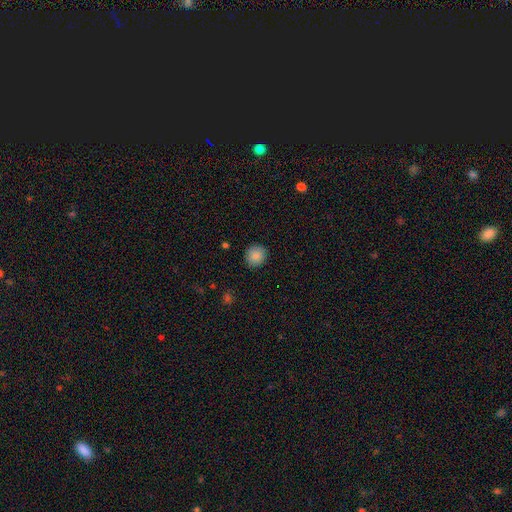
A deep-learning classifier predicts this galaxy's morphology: A smooth galaxy with no disk features (86%) that is round (89%).

Vote fractions:
- Smooth or featured? smooth: 86% / star or artifact: 9% / featured or disk: 5%
- How rounded? round: 89% / in between: 10% / cigar-shaped: 1%
- Merging? none: 90% / minor disturbance: 7% / major disturbance: 2% / merger: 1%